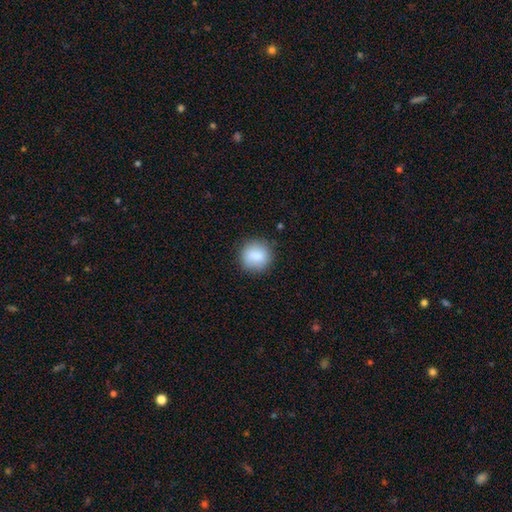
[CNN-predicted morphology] smooth 85%, star or artifact 8%, featured or disk 7%. Down the decision tree: how rounded — round (89%); merging — none (85%).